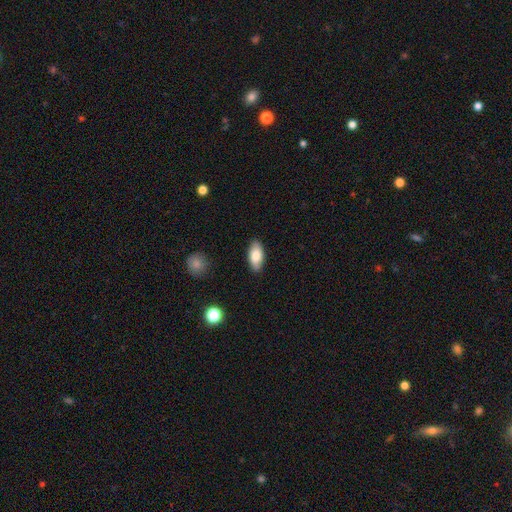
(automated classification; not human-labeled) Smooth or featured? Predicted: smooth (p=0.81). How rounded? Predicted: in between (p=0.91). Merging? Predicted: none (p=0.87).